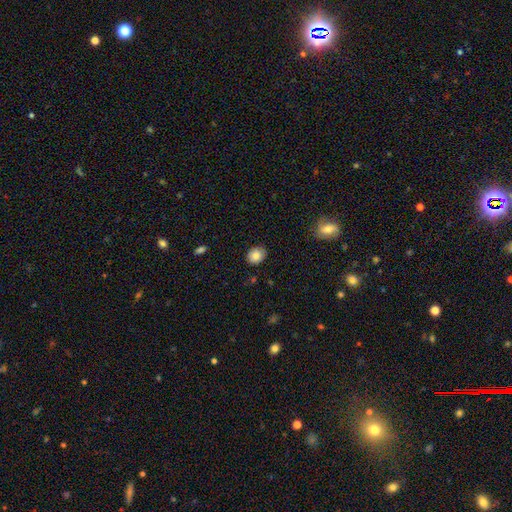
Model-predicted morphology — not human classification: Smooth or featured?
  - smooth: 85% *
  - star or artifact: 9%
  - featured or disk: 6%
How rounded?
  - round: 54% *
  - in between: 45%
  - cigar-shaped: 1%
Merging?
  - none: 84% *
  - minor disturbance: 13%
  - major disturbance: 2%
  - merger: 1%